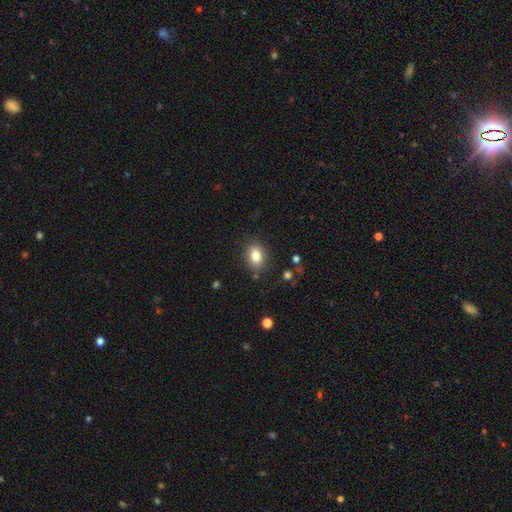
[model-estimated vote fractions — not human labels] smooth-or-featured: smooth: 83% | star or artifact: 10% | featured or disk: 8%
  how-rounded: in between: 70% | round: 28% | cigar-shaped: 1%
  merging: none: 82% | minor disturbance: 13% | major disturbance: 3% | merger: 2%